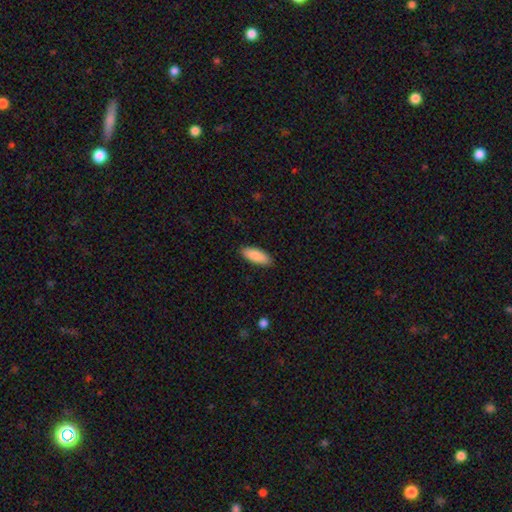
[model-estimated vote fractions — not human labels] This is clearly a smooth galaxy (87%). How rounded: likely in between (73%). Merging: clearly none (89%).